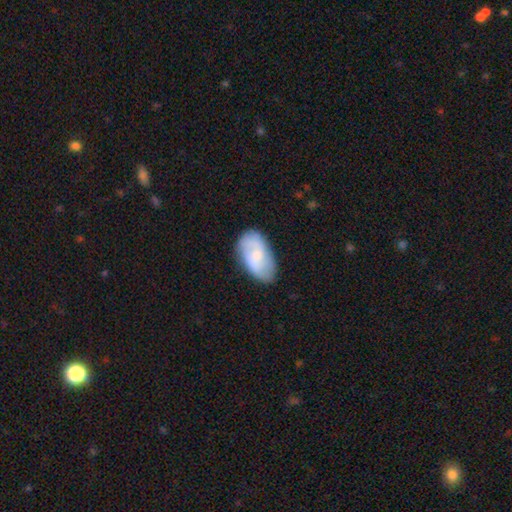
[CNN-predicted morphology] type=smooth (57%); roundness=in between (94%); merging=none (74%).